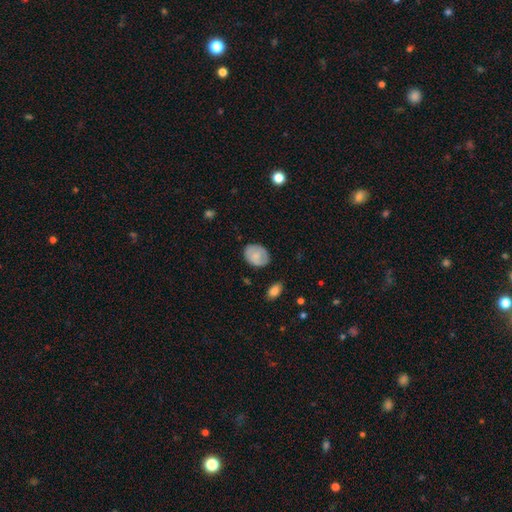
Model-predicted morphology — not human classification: Smooth or featured?
  - smooth: 71% *
  - featured or disk: 22%
  - star or artifact: 7%
How rounded?
  - in between: 62% *
  - round: 37%
  - cigar-shaped: 1%
Merging?
  - none: 74% *
  - minor disturbance: 19%
  - major disturbance: 5%
  - merger: 2%